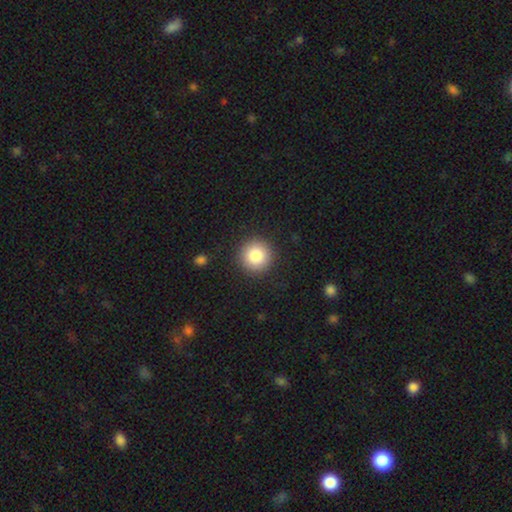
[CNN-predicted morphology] Overall: smooth (84%). How rounded: round (95%). Merging: none (91%).